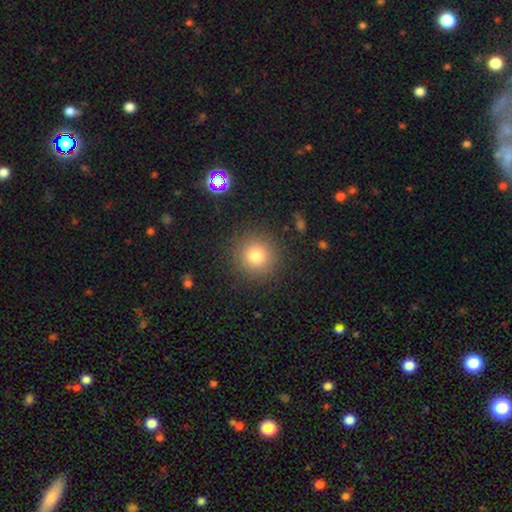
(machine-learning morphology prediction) Smooth or featured? smooth (77%)
How rounded? round (94%)
Merging? none (89%)